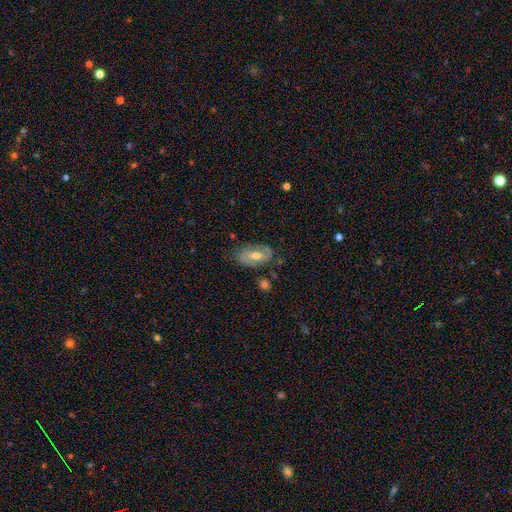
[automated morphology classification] smooth-or-featured: featured or disk: 62% | smooth: 31% | star or artifact: 7%
  disk-edge-on: no: 92% | yes: 8%
    bar: weak: 45% | no: 32% | strong: 23%
    has-spiral-arms: yes: 73% | no: 27%
    bulge-size: moderate: 67% | small: 23% | large: 7% | none: 2% | dominant: 1%
  merging: none: 70% | minor disturbance: 21% | major disturbance: 7% | merger: 3%